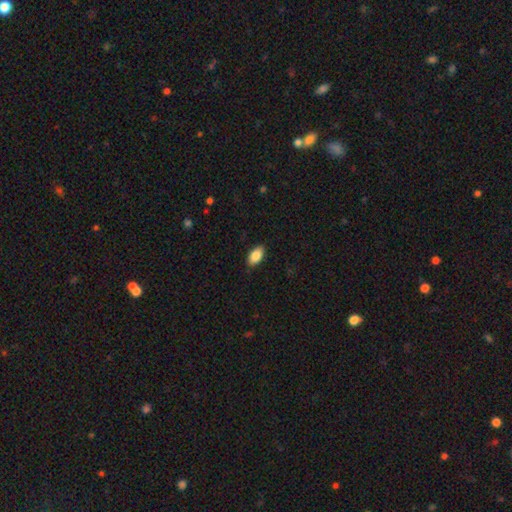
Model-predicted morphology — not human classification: A smooth galaxy with no disk features (86%) that is in between round and cigar-shaped (93%). Merging: none (88%).